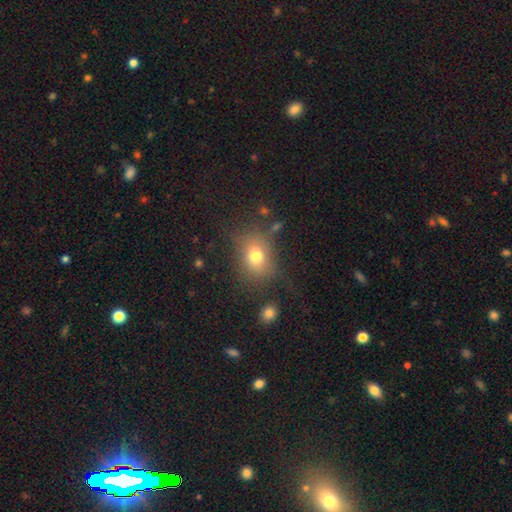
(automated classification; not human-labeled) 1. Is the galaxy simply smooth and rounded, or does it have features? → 73% smooth, 14% star or artifact, 13% featured or disk.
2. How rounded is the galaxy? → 50% in between, 49% round, 1% cigar-shaped.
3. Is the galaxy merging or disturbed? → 69% none, 17% minor disturbance, 10% major disturbance, 4% merger.